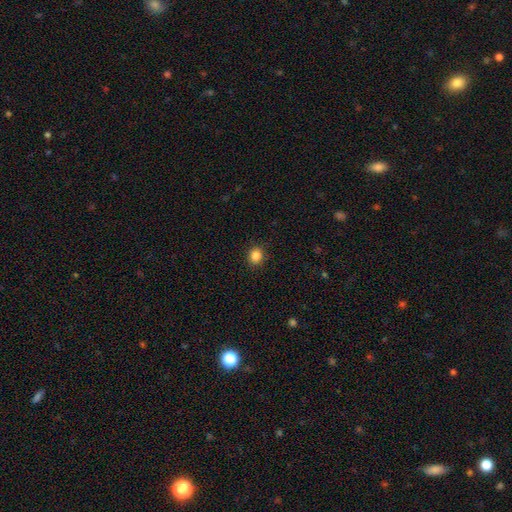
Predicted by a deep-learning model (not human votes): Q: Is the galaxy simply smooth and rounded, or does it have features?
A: smooth — 86%.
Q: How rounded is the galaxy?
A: round — 71%.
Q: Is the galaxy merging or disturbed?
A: none — 90%.